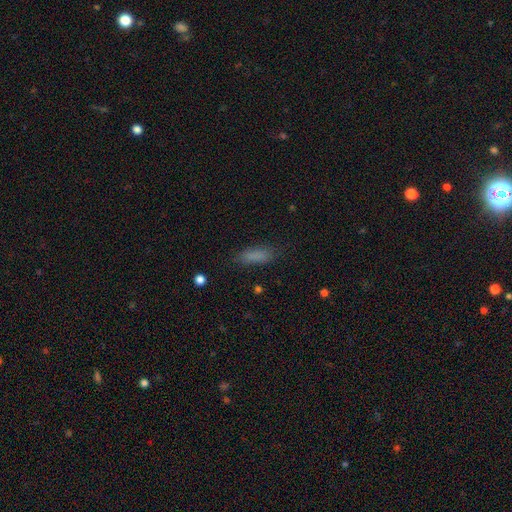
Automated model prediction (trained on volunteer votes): The model was most divided on "how rounded" (2-way tie): cigar-shaped: 49%, in between: 49%, round: 2%. More confident: smooth or featured — smooth (83%); merging — none (81%).